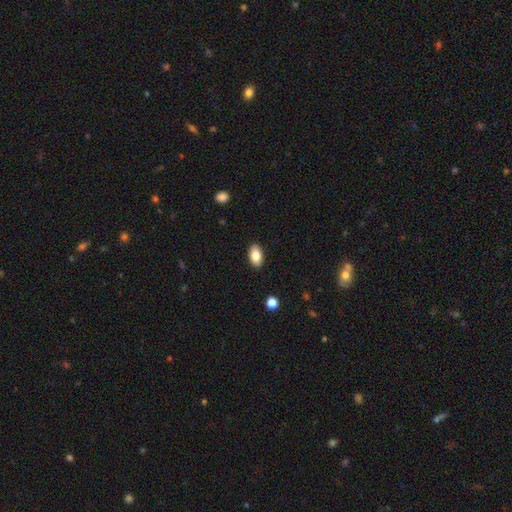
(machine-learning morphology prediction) Smooth or featured? smooth (85%)
How rounded? in between (93%)
Merging? none (89%)